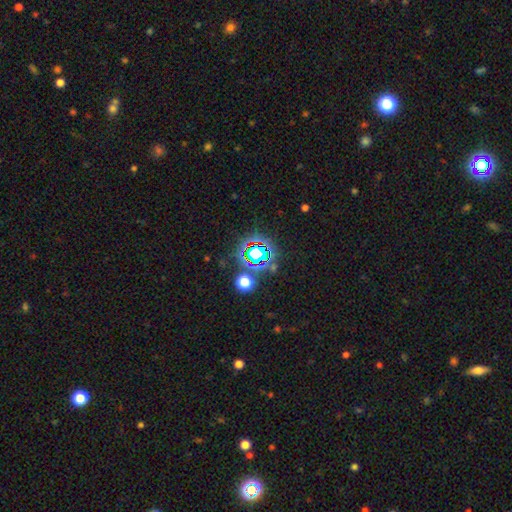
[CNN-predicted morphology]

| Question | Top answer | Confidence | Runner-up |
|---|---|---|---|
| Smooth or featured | star or artifact | 69% | smooth (21%) |